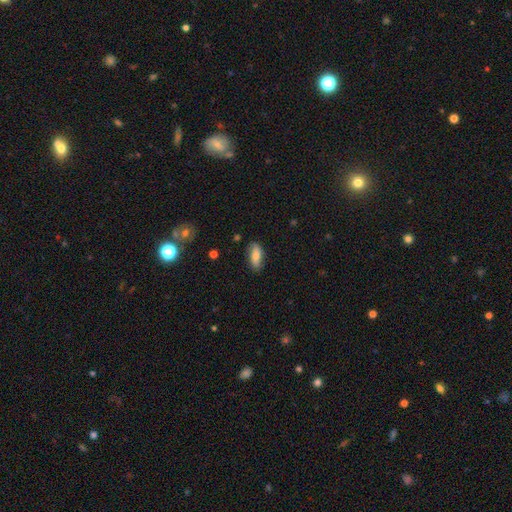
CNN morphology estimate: A smooth galaxy with no disk features (72%) that is in between round and cigar-shaped (83%).

Vote fractions:
- Smooth or featured? smooth: 72% / featured or disk: 22% / star or artifact: 7%
- How rounded? in between: 83% / cigar-shaped: 14% / round: 3%
- Merging? none: 81% / minor disturbance: 15% / major disturbance: 3% / merger: 1%